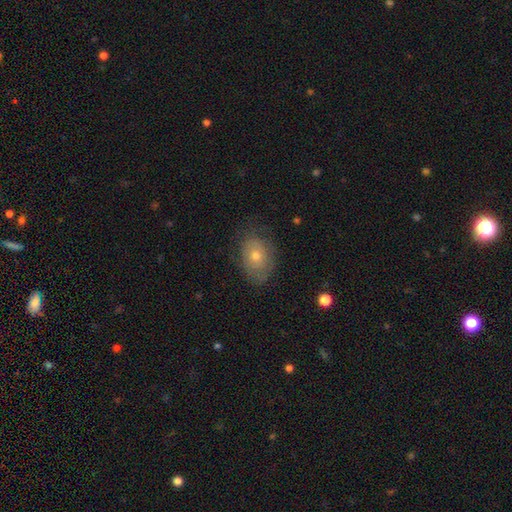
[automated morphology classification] Smooth or featured?
  - smooth: 58% *
  - featured or disk: 33%
  - star or artifact: 9%
How rounded?
  - in between: 73% *
  - round: 25%
  - cigar-shaped: 1%
Merging?
  - none: 68% *
  - minor disturbance: 22%
  - major disturbance: 8%
  - merger: 1%